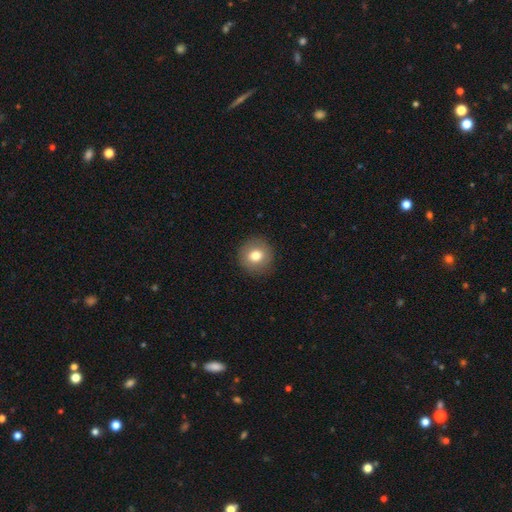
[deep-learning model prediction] smooth 78%, featured or disk 13%, star or artifact 10%. Down the decision tree: how rounded — round (92%); merging — none (90%).